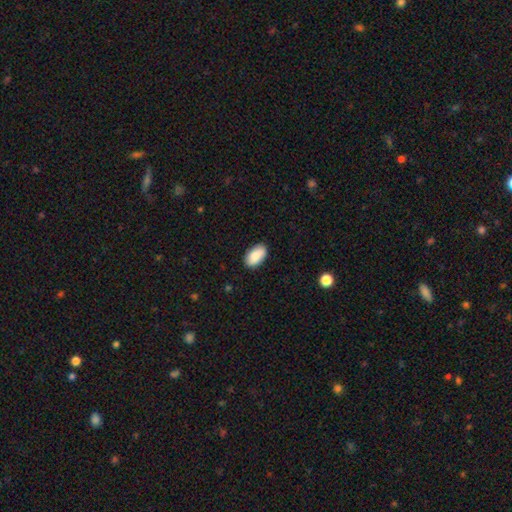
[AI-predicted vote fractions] The model was most divided on "merging": none: 88%, minor disturbance: 9%, major disturbance: 2%, merger: 1%. More confident: how rounded — in between (94%); smooth or featured — smooth (88%).